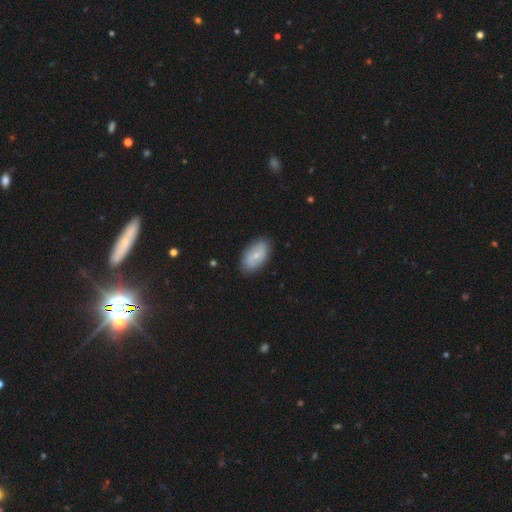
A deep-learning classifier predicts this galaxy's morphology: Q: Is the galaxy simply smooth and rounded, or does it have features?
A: smooth — 58%.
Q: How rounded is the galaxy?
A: in between — 93%.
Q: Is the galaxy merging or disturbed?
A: none — 86%.